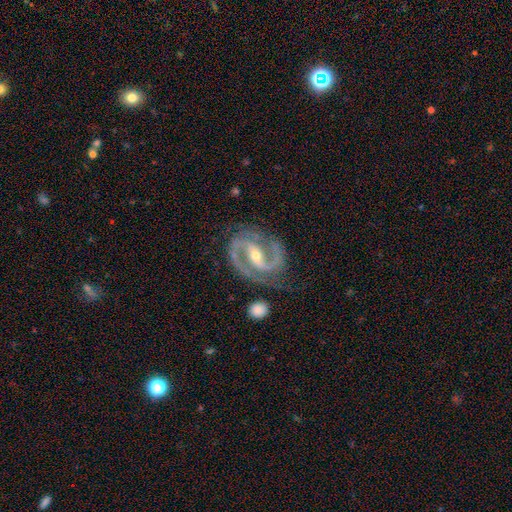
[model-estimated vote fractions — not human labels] featured or disk 93%, star or artifact 4%, smooth 2%. Down the decision tree: edge-on disk — no (98%); bar — strong (51%); spiral arms — yes (98%); spiral arm count — 2 (94%); spiral winding — medium (61%); bulge size — small (52%); merging — none (77%).